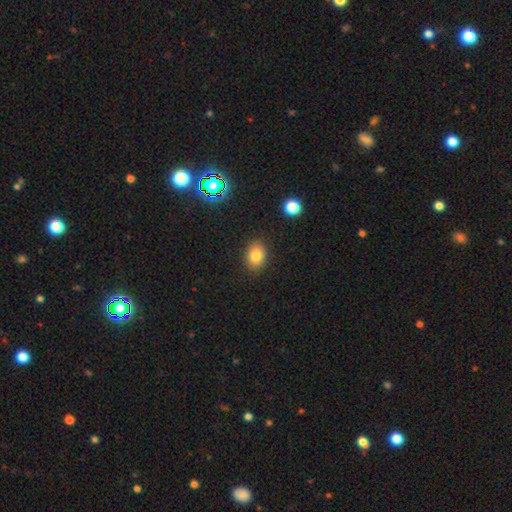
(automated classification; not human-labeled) This appears to be a smooth galaxy with no disk features (82%) that is in between round and cigar-shaped (65%). Merging: none (87%).